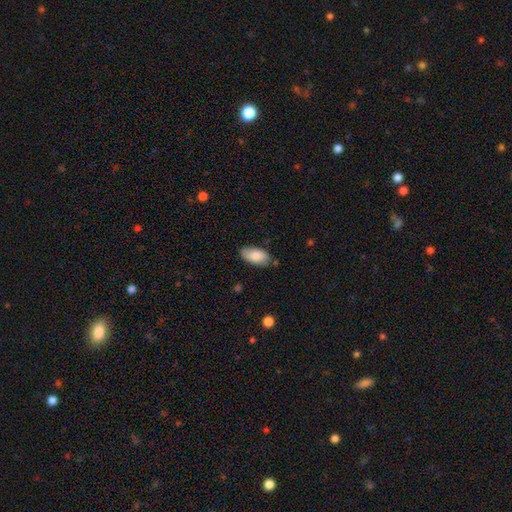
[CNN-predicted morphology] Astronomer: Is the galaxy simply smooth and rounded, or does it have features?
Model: smooth — 84%.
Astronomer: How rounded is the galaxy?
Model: in between — 94%.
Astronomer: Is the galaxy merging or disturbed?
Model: none — 79%.